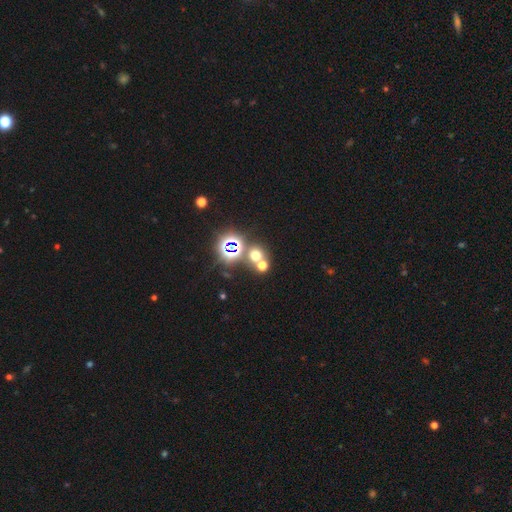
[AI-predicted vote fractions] A smooth galaxy with no disk features (50%) that is round (84%). Merging: none (59%).